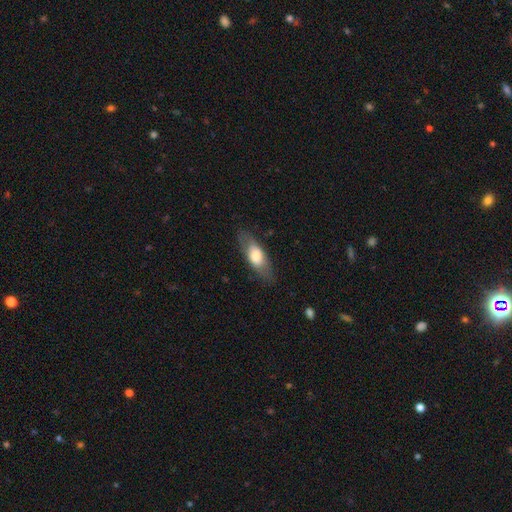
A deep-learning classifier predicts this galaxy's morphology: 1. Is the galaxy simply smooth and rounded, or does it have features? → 62% smooth, 31% featured or disk, 6% star or artifact.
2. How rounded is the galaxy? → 71% in between, 26% cigar-shaped, 4% round.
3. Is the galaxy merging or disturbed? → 77% none, 16% minor disturbance, 6% major disturbance, 1% merger.